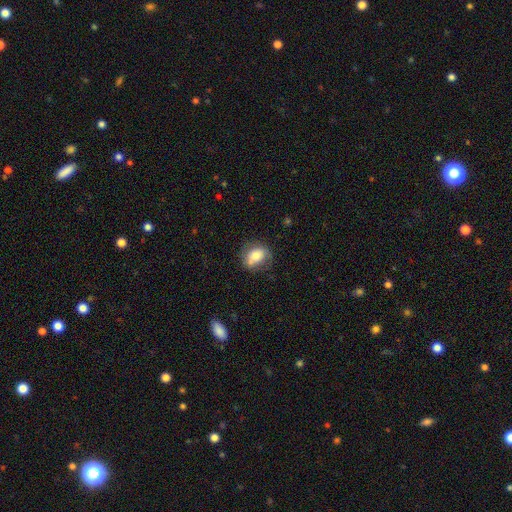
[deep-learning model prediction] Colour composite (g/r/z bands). It shows a smooth galaxy with no disk features (73%) that is in between round and cigar-shaped (59%). Merging: none (56%).